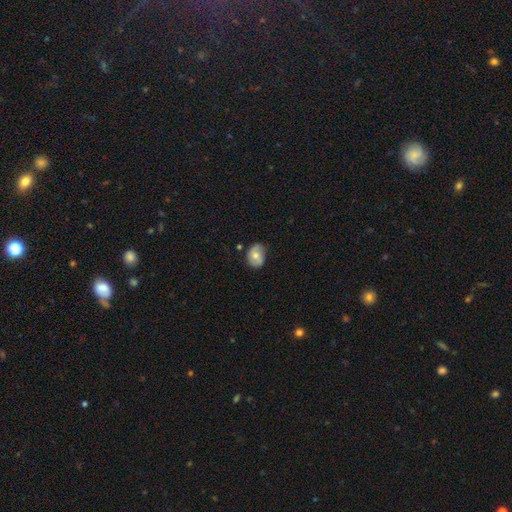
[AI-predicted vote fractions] A smooth galaxy with no disk features (61%) that is in between round and cigar-shaped (57%).

Vote fractions:
- Smooth or featured? smooth: 61% / featured or disk: 31% / star or artifact: 8%
- How rounded? in between: 57% / round: 42% / cigar-shaped: 1%
- Merging? none: 64% / minor disturbance: 28% / major disturbance: 6% / merger: 2%